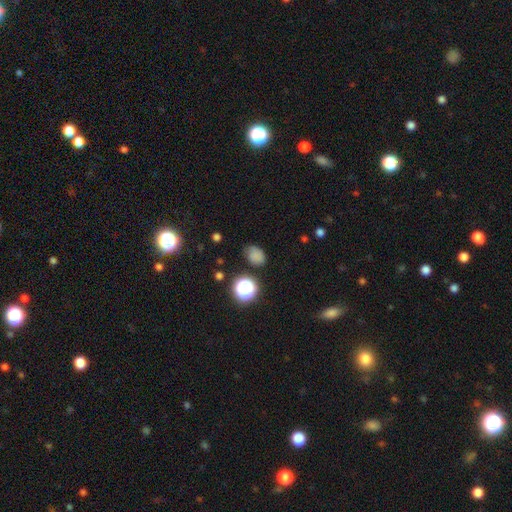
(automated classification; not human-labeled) Overall: smooth (75%). How rounded: in between (63%; round 36%). Merging: none (66%).